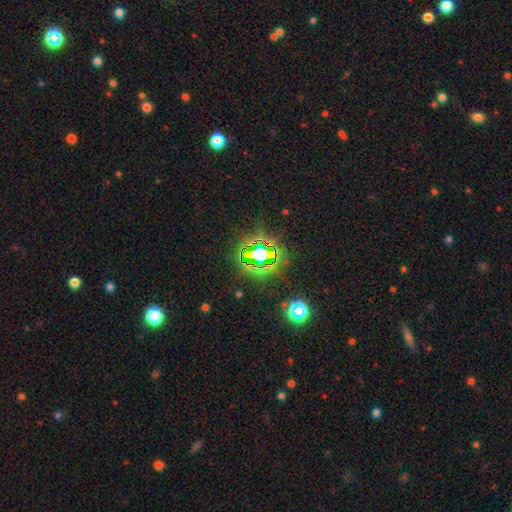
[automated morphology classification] Smooth or featured? Predicted: star or artifact (p=0.81).